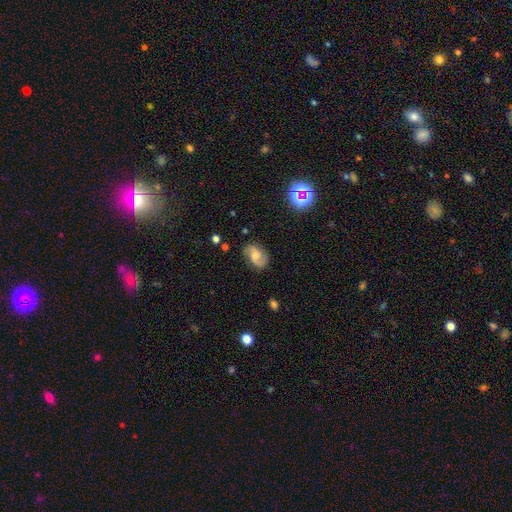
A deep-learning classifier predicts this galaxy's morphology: A featured or disk galaxy (71%) with no bar (54%), 2 (90%) medium (45%) spiral arms (94%) and a moderate central bulge (52%). Merging: none (79%).